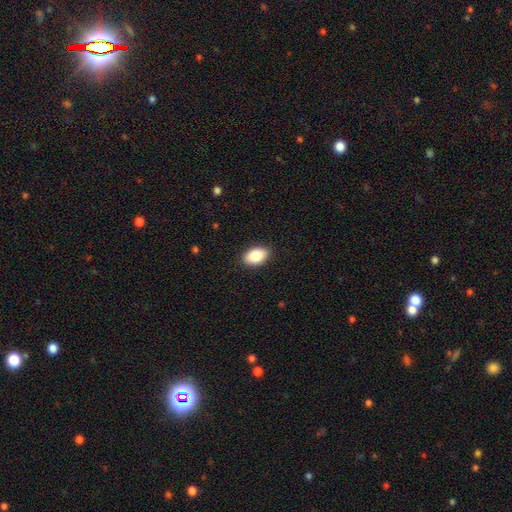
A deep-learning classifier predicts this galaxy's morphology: smooth 86%, featured or disk 7%, star or artifact 7%. Down the decision tree: how rounded — in between (91%); merging — none (88%).